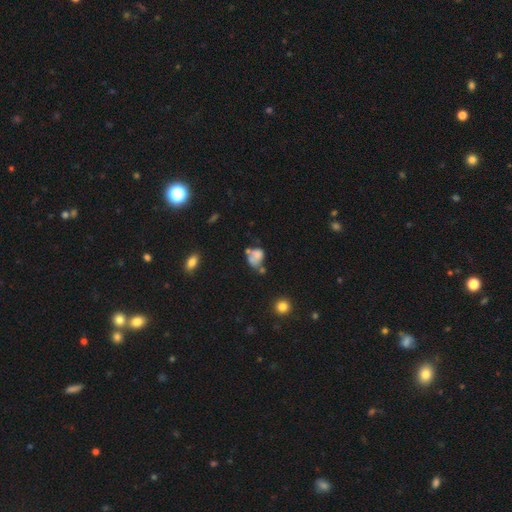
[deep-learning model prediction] smooth 62%, featured or disk 26%, star or artifact 12%. Down the decision tree: how rounded — in between (59%); merging — merger (34%).